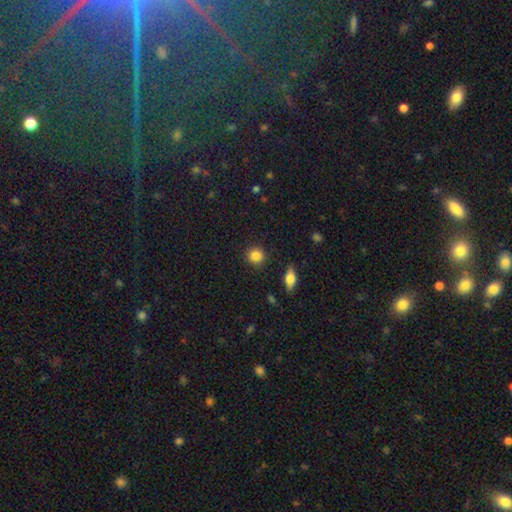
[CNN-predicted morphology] type=smooth (87%); roundness=round (91%); merging=none (91%).